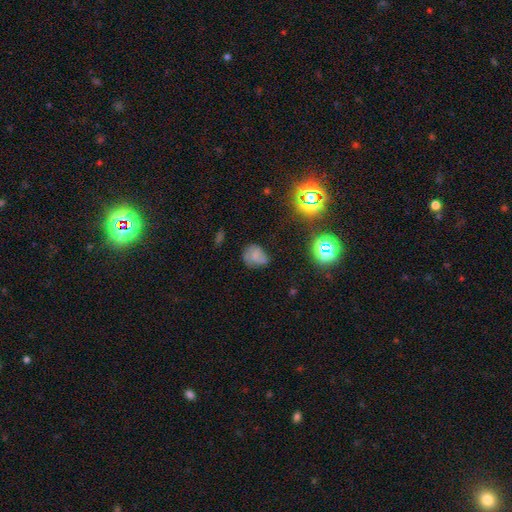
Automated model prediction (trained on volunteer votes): Smooth or featured?
  - smooth: 53% *
  - featured or disk: 29%
  - star or artifact: 18%
How rounded?
  - round: 51% *
  - in between: 47%
  - cigar-shaped: 1%
Merging?
  - none: 49% *
  - minor disturbance: 31%
  - major disturbance: 17%
  - merger: 3%